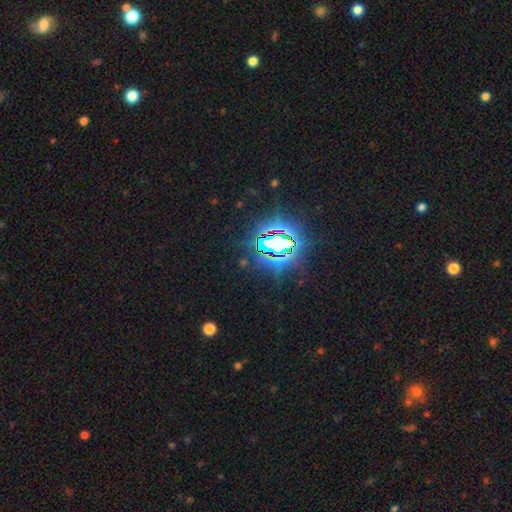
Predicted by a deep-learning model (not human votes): smooth-or-featured: star or artifact: 84% | smooth: 9% | featured or disk: 7%